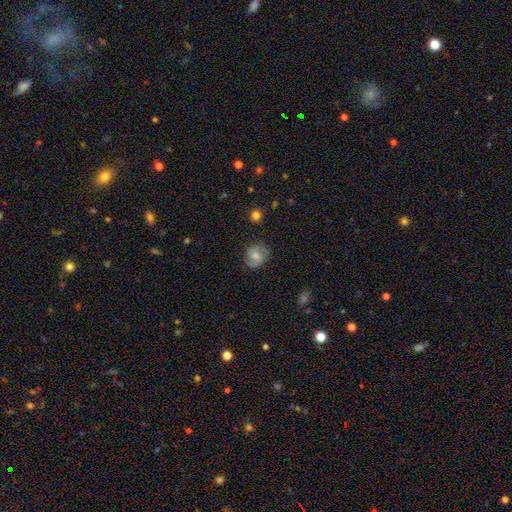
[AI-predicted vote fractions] Smooth or featured? smooth (63%)
How rounded? round (69%)
Merging? none (71%)